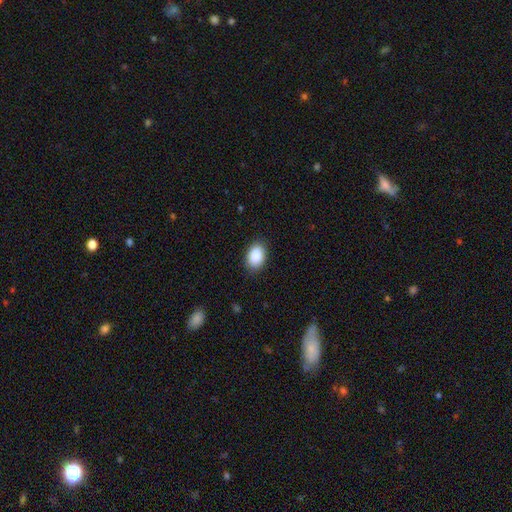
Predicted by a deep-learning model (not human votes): Smooth or featured: smooth — 90% (star or artifact — 6%)
How rounded: in between — 87% (round — 12%)
Merging: none — 87% (minor disturbance — 10%)